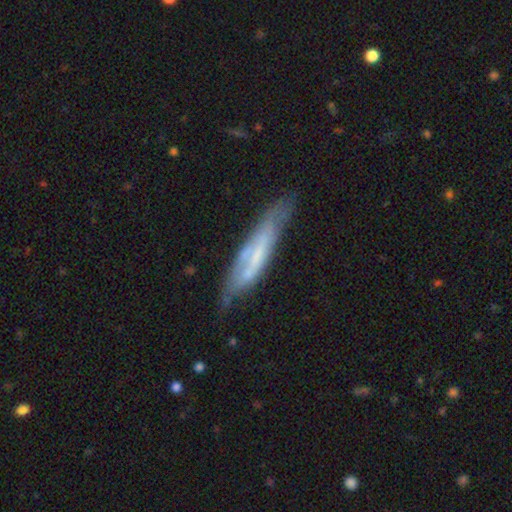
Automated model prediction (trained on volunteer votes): smooth-or-featured: featured or disk: 56% | smooth: 37% | star or artifact: 7%
  disk-edge-on: yes: 58% | no: 42%
  merging: none: 59% | minor disturbance: 27% | major disturbance: 10% | merger: 4%